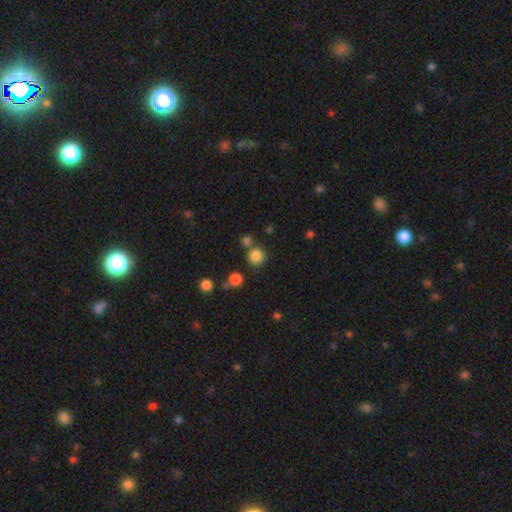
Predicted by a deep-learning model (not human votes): This is clearly a smooth galaxy (82%). How rounded: clearly round (92%). Merging: likely none (76%).